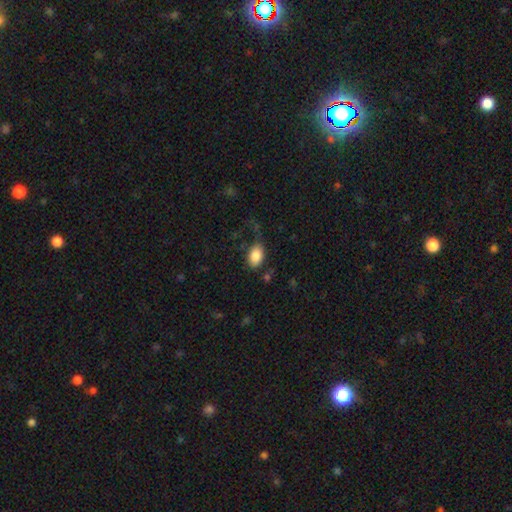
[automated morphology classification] type=smooth (87%); roundness=in between (89%); merging=none (71%).